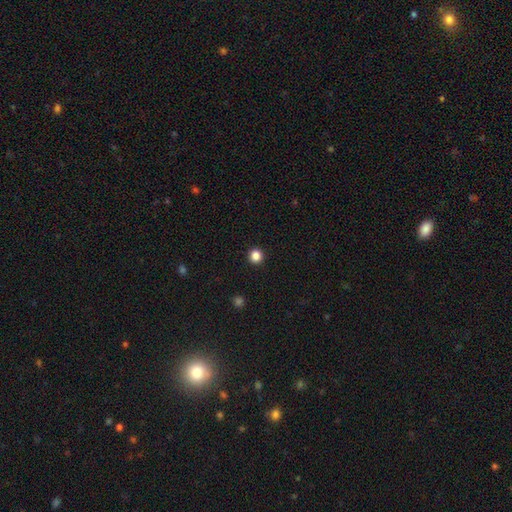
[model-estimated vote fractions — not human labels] smooth-or-featured: smooth: 85% | star or artifact: 12% | featured or disk: 3%
  how-rounded: round: 95% | in between: 4% | cigar-shaped: 1%
  merging: none: 94% | minor disturbance: 4% | major disturbance: 1% | merger: 1%